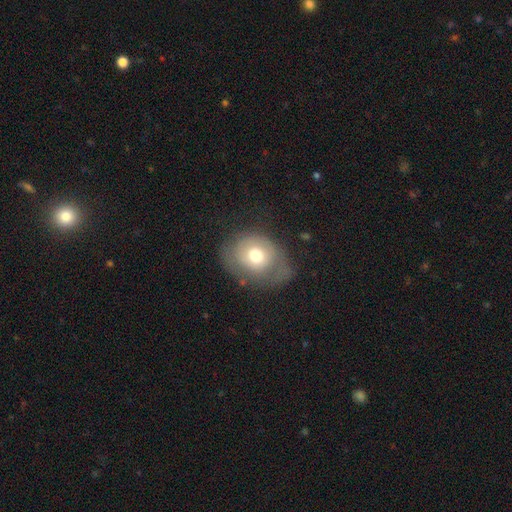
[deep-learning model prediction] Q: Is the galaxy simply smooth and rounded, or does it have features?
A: smooth — 65%.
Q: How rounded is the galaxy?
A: round — 53%.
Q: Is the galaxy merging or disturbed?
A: none — 43%.